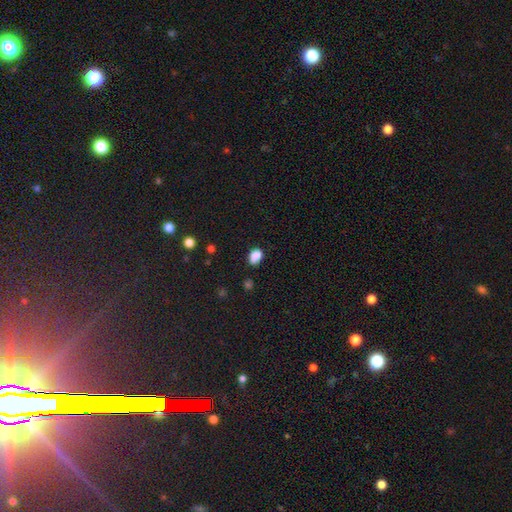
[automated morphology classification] A smooth galaxy with no disk features (84%) that is in between round and cigar-shaped (76%). Merging: none (58%).